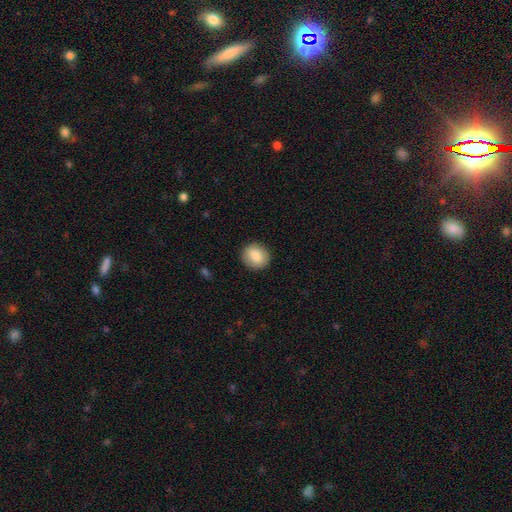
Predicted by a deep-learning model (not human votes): smooth-or-featured: smooth: 84% | featured or disk: 8% | star or artifact: 7%
  how-rounded: round: 84% | in between: 15% | cigar-shaped: 1%
  merging: none: 91% | minor disturbance: 6% | major disturbance: 2% | merger: 1%